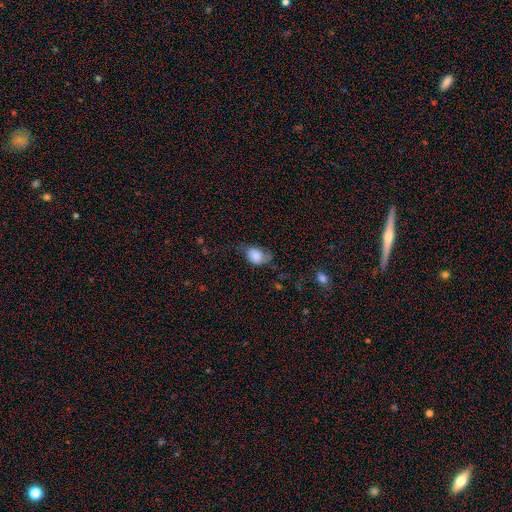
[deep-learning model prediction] The model was most divided on "merging": none: 38%, minor disturbance: 37%, major disturbance: 22%, merger: 3%. More confident: how rounded — in between (81%); smooth or featured — smooth (78%).